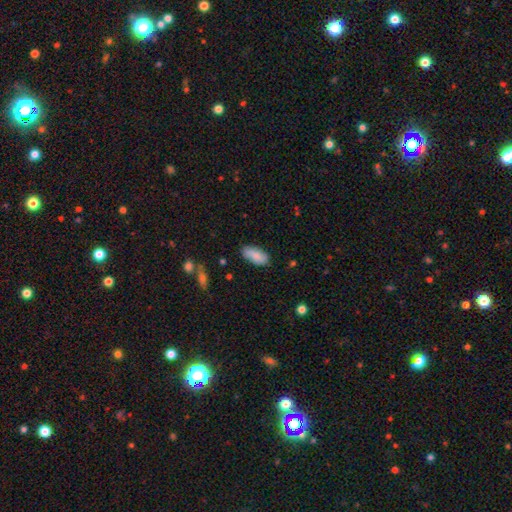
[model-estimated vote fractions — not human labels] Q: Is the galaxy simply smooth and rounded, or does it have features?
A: smooth — 82%.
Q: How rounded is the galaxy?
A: in between — 89%.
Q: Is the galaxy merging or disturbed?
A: none — 79%.